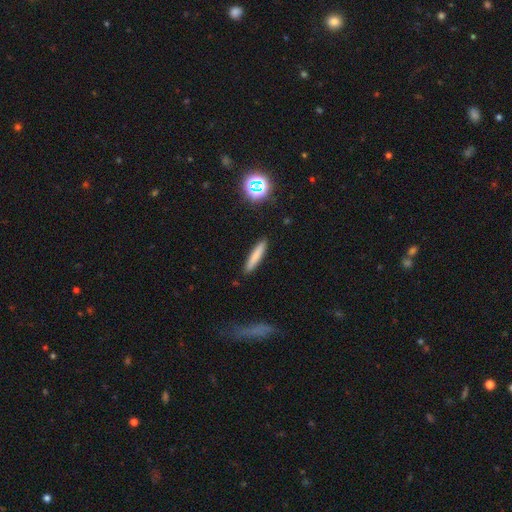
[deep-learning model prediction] Smooth or featured? smooth (79%)
How rounded? cigar-shaped (90%)
Merging? none (90%)